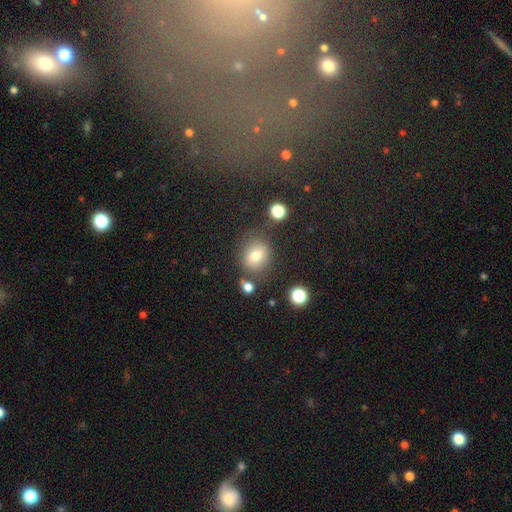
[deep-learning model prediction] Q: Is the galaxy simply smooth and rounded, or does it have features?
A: smooth — 76%.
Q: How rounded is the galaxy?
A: round — 67%.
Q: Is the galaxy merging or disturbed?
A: none — 71%.